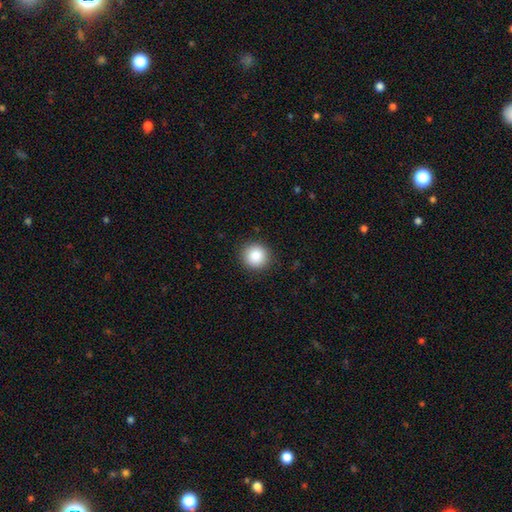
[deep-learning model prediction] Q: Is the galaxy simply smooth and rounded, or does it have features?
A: smooth — 87%.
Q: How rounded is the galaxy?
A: round — 93%.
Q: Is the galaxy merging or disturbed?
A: none — 91%.